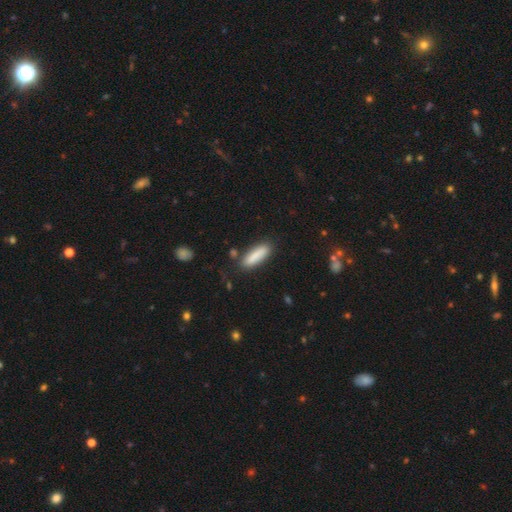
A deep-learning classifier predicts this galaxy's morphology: Smooth or featured? Predicted: smooth (p=0.86). How rounded? Predicted: cigar-shaped (p=0.63). Merging? Predicted: none (p=0.83).